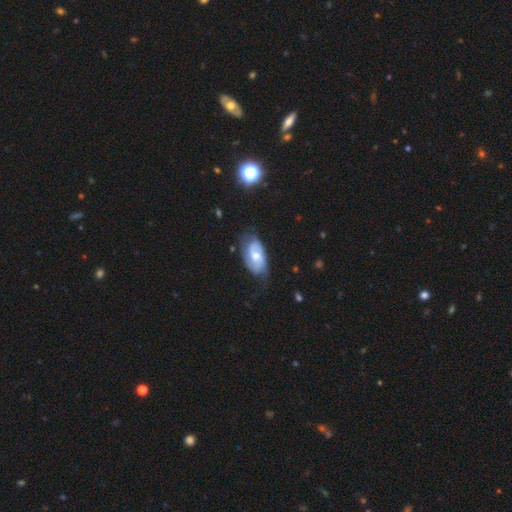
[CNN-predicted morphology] This is likely a featured or disk galaxy (62%). It is clearly not viewed edge-on (94%). Bar: possibly no (49%). Spiral arm pattern: clearly yes (86%). Spiral arm count: likely 2 (70%). Spiral winding: marginally medium (43%). Central bulge: likely moderate (63%). Merging: likely none (61%).